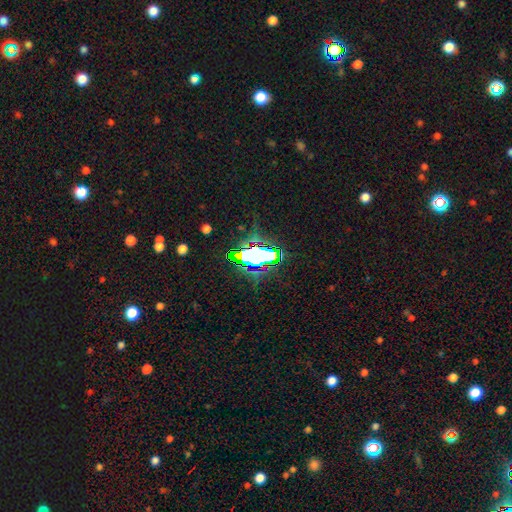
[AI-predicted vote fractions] star or artifact 54%, smooth 29%, featured or disk 18%.